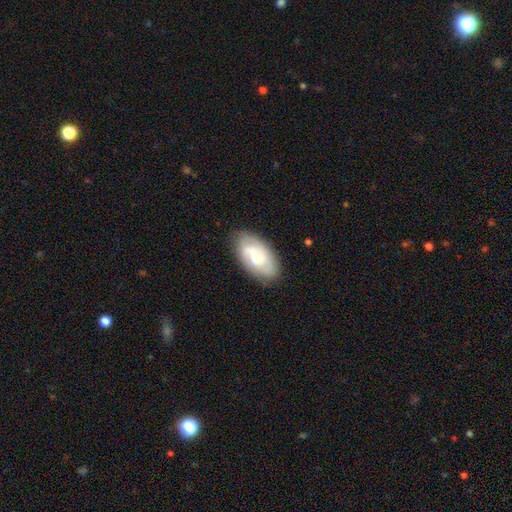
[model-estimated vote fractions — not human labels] Smooth or featured?
  - featured or disk: 49% *
  - smooth: 43%
  - star or artifact: 7%
Merging?
  - none: 80% *
  - minor disturbance: 15%
  - major disturbance: 4%
  - merger: 1%